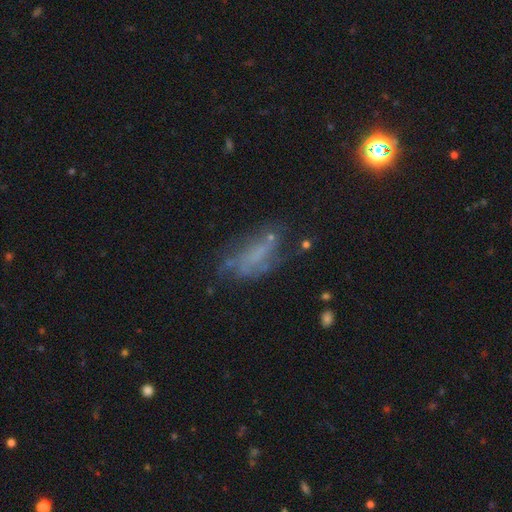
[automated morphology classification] Smooth or featured: featured or disk — 49% (smooth — 36%)
Merging: none — 44% (major disturbance — 25%)